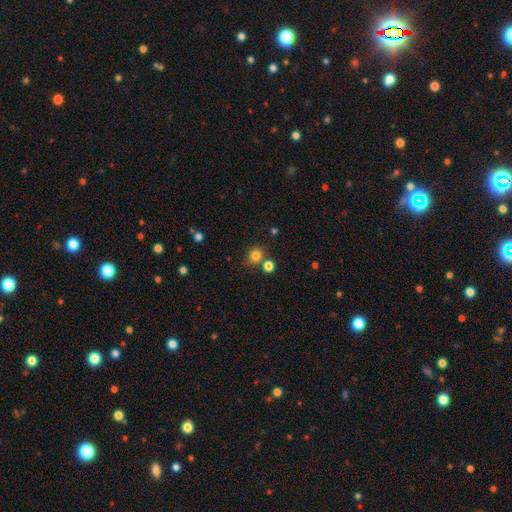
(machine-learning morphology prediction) The model was most divided on "merging": none: 70%, merger: 16%, minor disturbance: 11%, major disturbance: 4%. More confident: how rounded — round (82%); smooth or featured — smooth (81%).